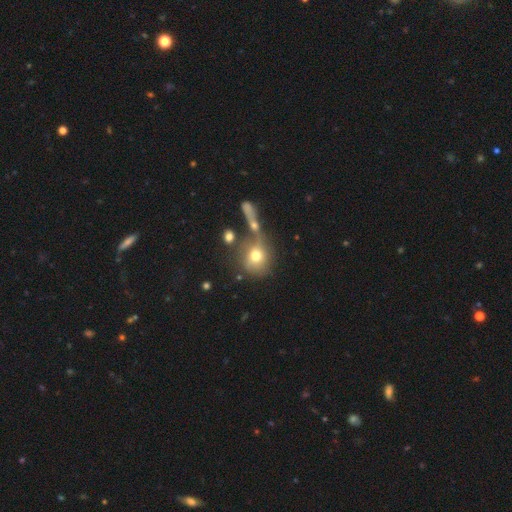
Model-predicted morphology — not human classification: A smooth galaxy with no disk features (68%) that is round (78%). Merging: none (41%).